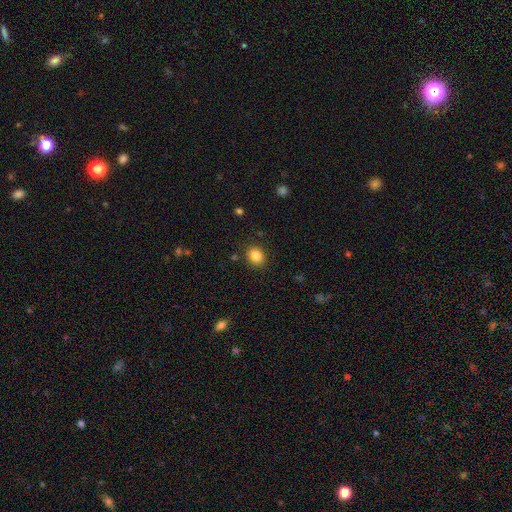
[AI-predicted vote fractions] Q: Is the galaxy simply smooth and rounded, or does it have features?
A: smooth — 85%.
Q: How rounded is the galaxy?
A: round — 52%.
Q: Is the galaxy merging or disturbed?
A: none — 86%.